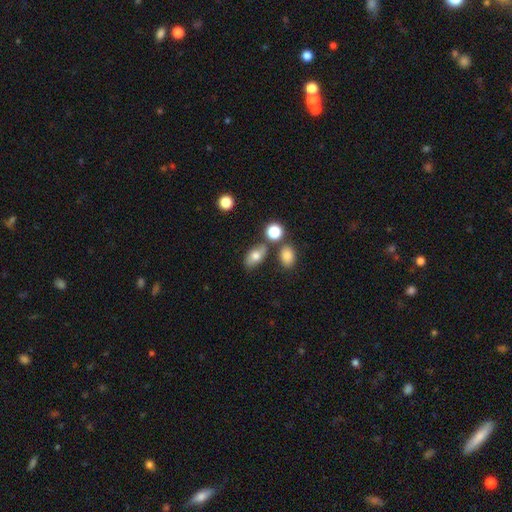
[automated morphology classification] A smooth galaxy with no disk features (72%) that is in between round and cigar-shaped (85%). Merging: none (68%).